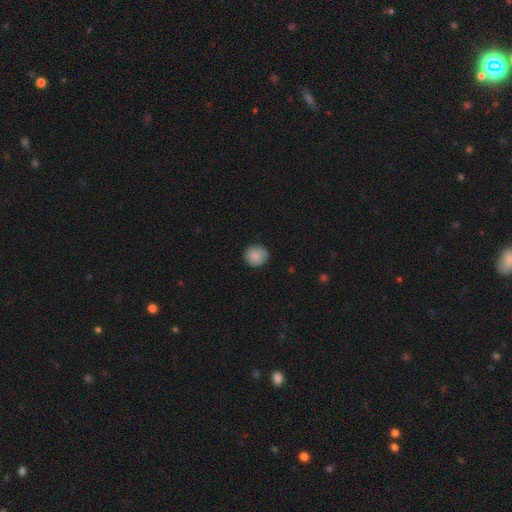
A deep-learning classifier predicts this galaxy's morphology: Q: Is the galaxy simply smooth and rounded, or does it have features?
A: smooth — 82%.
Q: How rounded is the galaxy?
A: round — 90%.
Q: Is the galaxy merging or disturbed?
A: none — 81%.